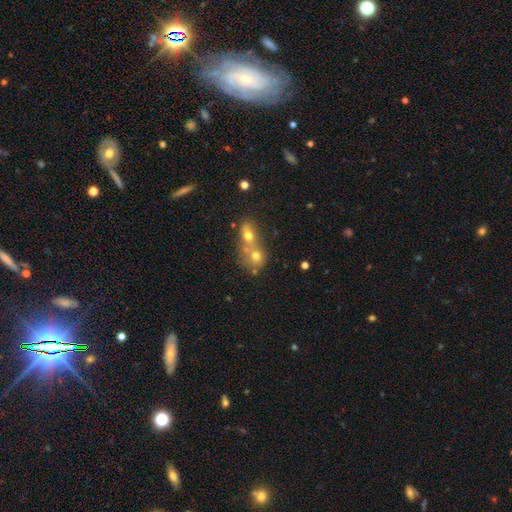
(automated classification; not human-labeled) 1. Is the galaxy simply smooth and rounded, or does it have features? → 64% smooth, 22% featured or disk, 14% star or artifact.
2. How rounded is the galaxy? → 65% round, 34% in between, 2% cigar-shaped.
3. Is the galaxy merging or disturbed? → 70% merger, 21% none, 6% minor disturbance, 3% major disturbance.